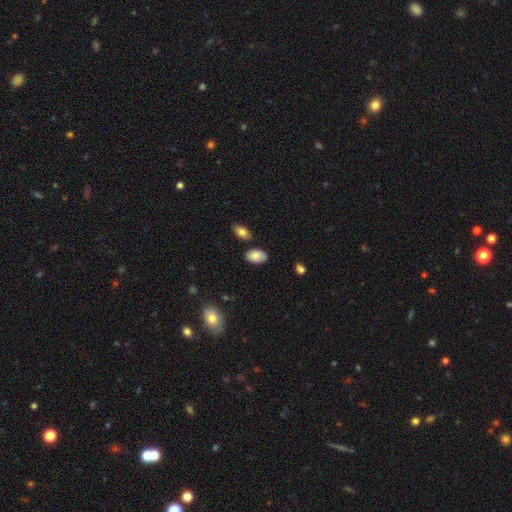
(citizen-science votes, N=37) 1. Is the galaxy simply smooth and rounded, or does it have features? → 70% smooth, 27% featured or disk, 3% star or artifact.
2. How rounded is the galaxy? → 100% in between, 0% round, 0% cigar-shaped.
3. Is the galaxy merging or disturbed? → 83% none, 8% minor disturbance, 8% merger, 0% major disturbance.